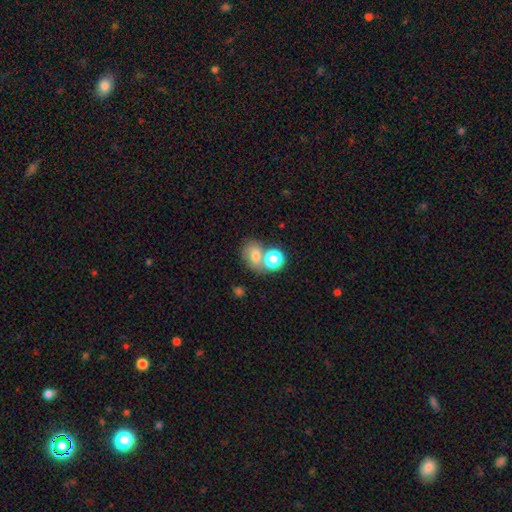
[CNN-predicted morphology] The model was most divided on "how rounded": round: 50%, in between: 49%, cigar-shaped: 1%. Remaining: smooth or featured — smooth (68%); merging — none (42%).